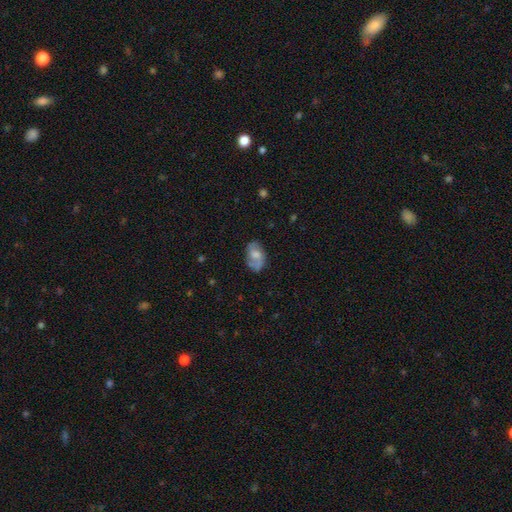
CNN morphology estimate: A featured or disk galaxy (47%). Merging: none (64%).